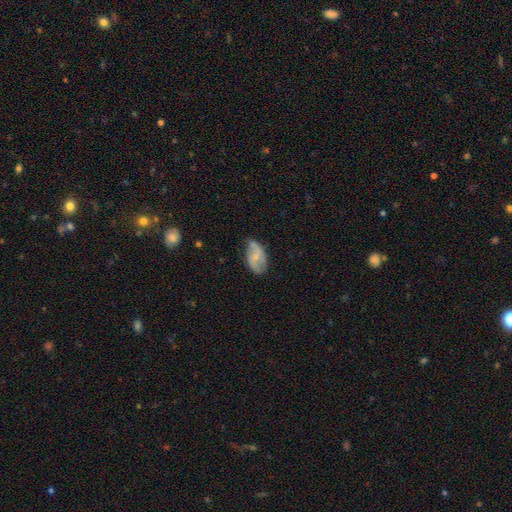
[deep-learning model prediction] Smooth or featured? featured or disk (60%)
Edge-on disk? no (96%)
Bar? weak (43%)
Spiral arms? yes (81%)
Bulge size? small (63%)
Merging? none (58%)